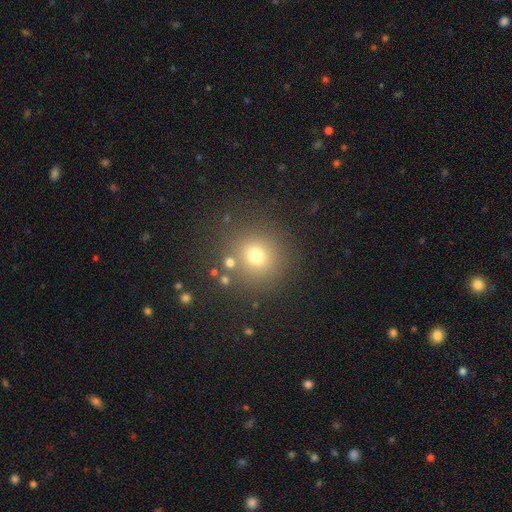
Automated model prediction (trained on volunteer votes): smooth_or_featured: smooth (p=0.71) [alt: star or artifact p=0.20]
how_rounded: round (p=0.91) [alt: in between p=0.08]
merging: none (p=0.81) [alt: minor disturbance p=0.09]